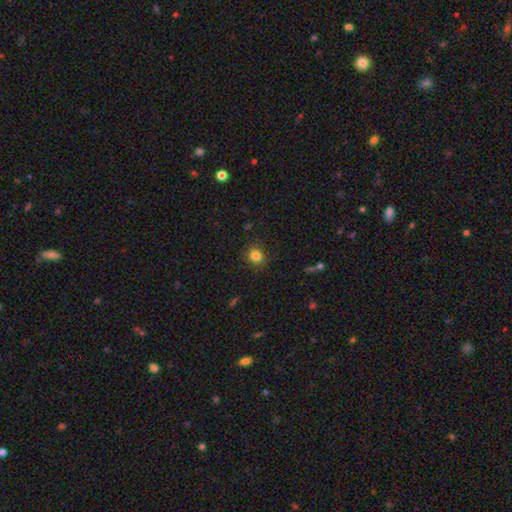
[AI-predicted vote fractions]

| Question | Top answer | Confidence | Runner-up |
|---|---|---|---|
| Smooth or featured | smooth | 83% | star or artifact (12%) |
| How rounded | round | 82% | in between (17%) |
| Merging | none | 86% | minor disturbance (10%) |